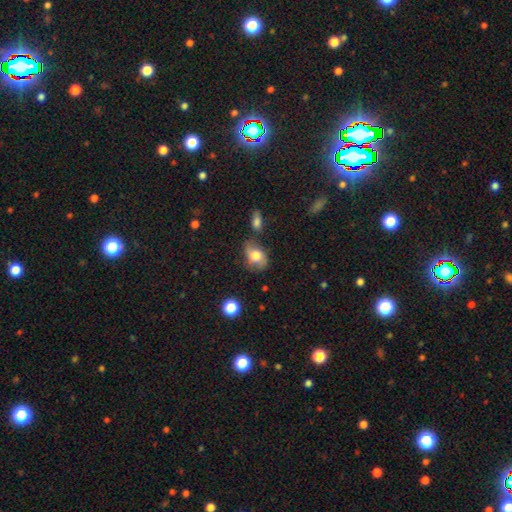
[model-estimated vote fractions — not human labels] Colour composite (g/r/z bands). It shows a smooth galaxy with no disk features (64%) that is in between round and cigar-shaped (75%). Merging: none (55%).